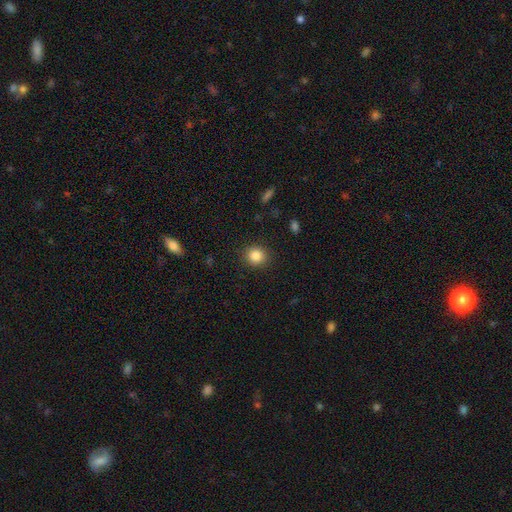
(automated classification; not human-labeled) A smooth galaxy with no disk features (85%) that is round (87%). Merging: none (90%).